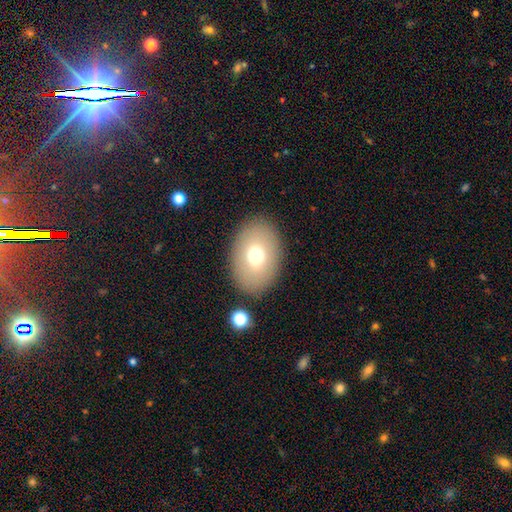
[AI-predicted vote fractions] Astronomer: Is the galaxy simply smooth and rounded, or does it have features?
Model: smooth — 71%.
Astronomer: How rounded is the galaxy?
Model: in between — 78%.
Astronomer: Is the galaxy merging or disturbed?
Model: none — 87%.